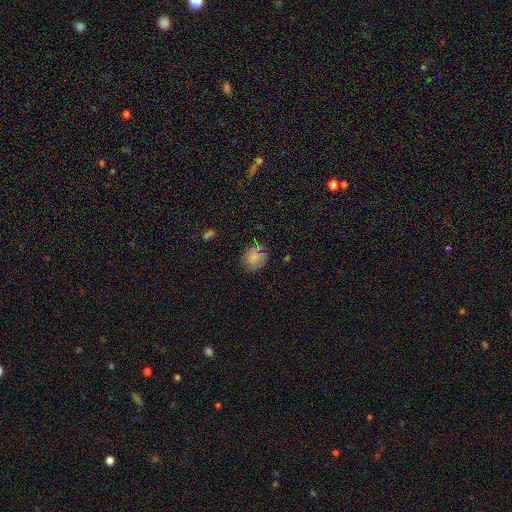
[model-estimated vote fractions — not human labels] Q: Smooth or featured?
A: smooth (78%); runner-up: star or artifact (11%)
Q: How rounded?
A: round (78%); runner-up: in between (21%)
Q: Merging?
A: none (79%); runner-up: minor disturbance (16%)